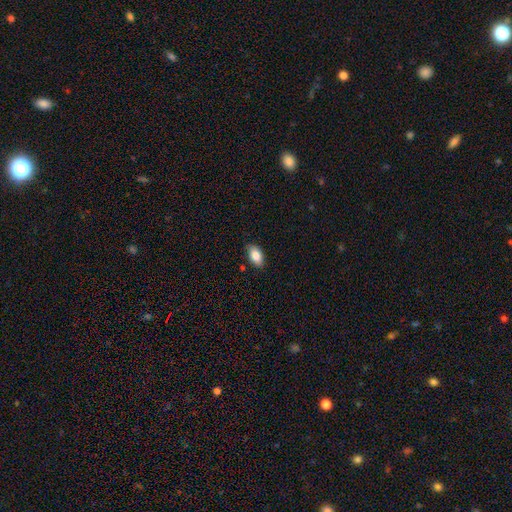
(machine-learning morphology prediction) A smooth galaxy with no disk features (83%) that is in between round and cigar-shaped (92%).

Vote fractions:
- Smooth or featured? smooth: 83% / featured or disk: 10% / star or artifact: 7%
- How rounded? in between: 92% / round: 6% / cigar-shaped: 2%
- Merging? none: 84% / minor disturbance: 12% / major disturbance: 2% / merger: 1%